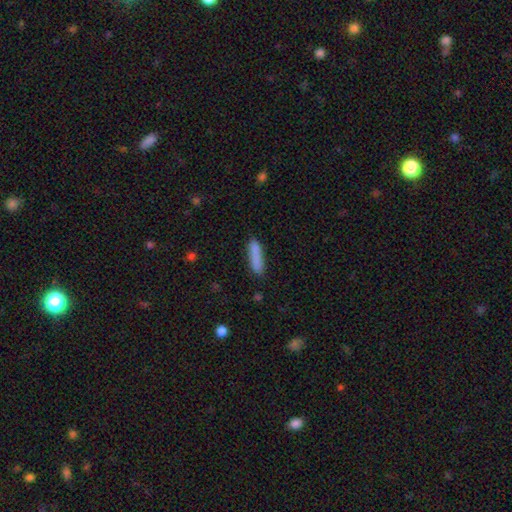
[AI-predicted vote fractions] Smooth or featured? Predicted: smooth (p=0.86). How rounded? Predicted: cigar-shaped (p=0.78). Merging? Predicted: none (p=0.82).